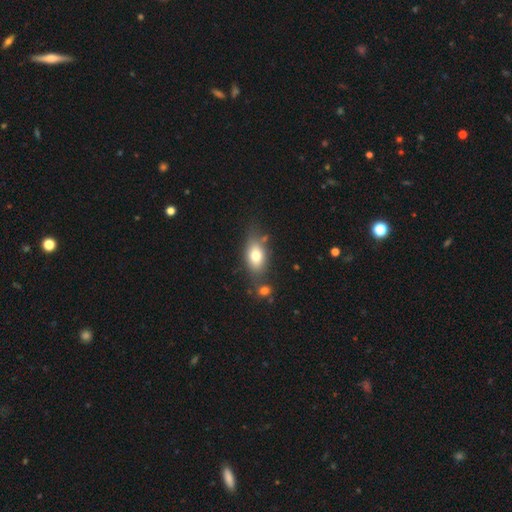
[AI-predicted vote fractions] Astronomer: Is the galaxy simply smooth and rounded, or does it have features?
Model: smooth — 75%.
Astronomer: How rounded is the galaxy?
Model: in between — 84%.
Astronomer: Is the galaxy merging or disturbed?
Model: none — 64%.